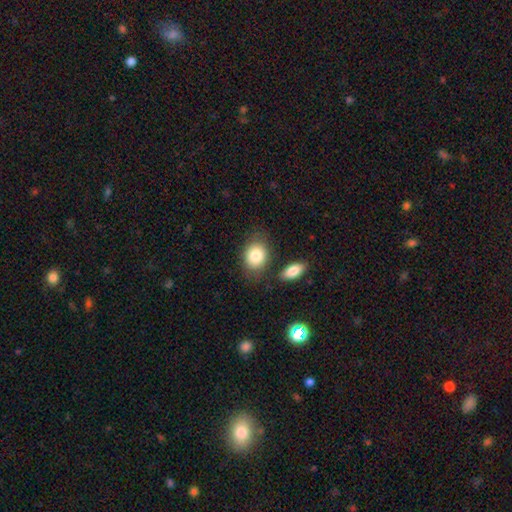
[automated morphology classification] A smooth galaxy with no disk features (83%) that is in between round and cigar-shaped (57%). Merging: none (69%).